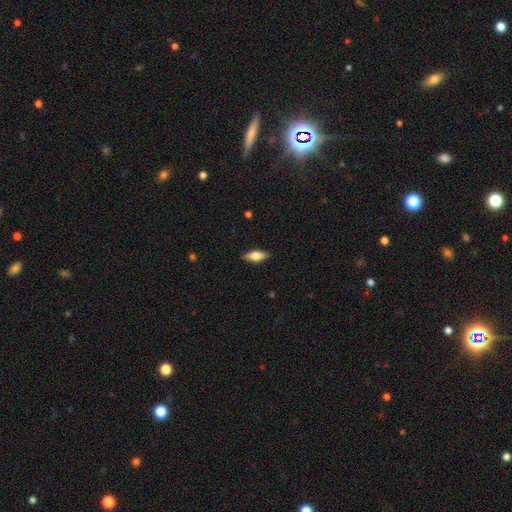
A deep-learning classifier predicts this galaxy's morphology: smooth-or-featured: smooth: 66% | featured or disk: 27% | star or artifact: 7%
  how-rounded: in between: 74% | cigar-shaped: 23% | round: 3%
  merging: none: 87% | minor disturbance: 10% | major disturbance: 2% | merger: 1%